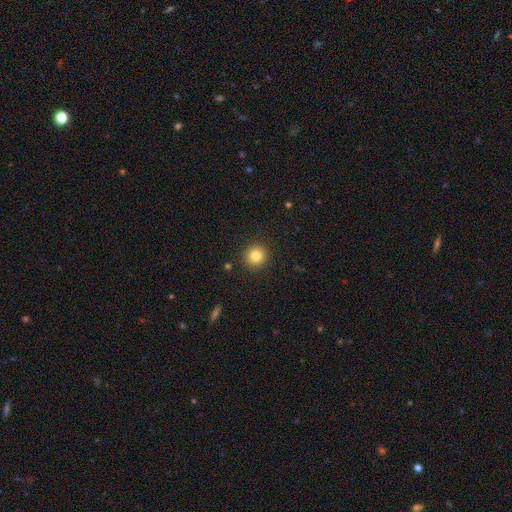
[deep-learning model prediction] The model was most divided on "smooth or featured": smooth: 82%, star or artifact: 11%, featured or disk: 7%. More confident: how rounded — round (93%); merging — none (91%).